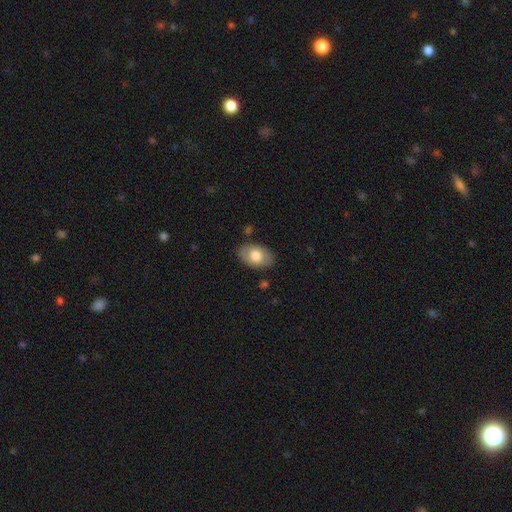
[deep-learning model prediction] smooth-or-featured: smooth: 73% | featured or disk: 22% | star or artifact: 6%
  how-rounded: in between: 90% | round: 9% | cigar-shaped: 1%
  merging: none: 82% | minor disturbance: 13% | major disturbance: 3% | merger: 2%